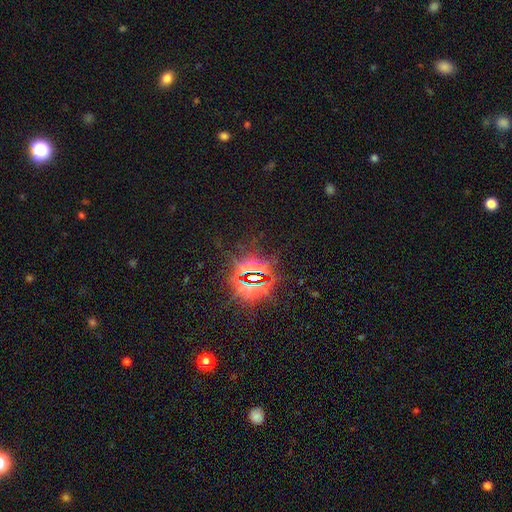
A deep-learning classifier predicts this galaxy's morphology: Smooth or featured? Predicted: star or artifact (p=0.83).